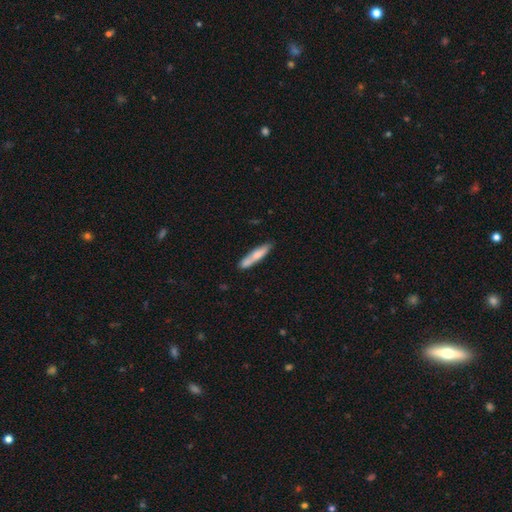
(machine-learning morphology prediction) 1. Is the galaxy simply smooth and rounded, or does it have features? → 71% smooth, 23% featured or disk, 6% star or artifact.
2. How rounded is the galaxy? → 84% cigar-shaped, 14% in between, 1% round.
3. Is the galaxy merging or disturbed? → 72% none, 16% minor disturbance, 9% merger, 3% major disturbance.